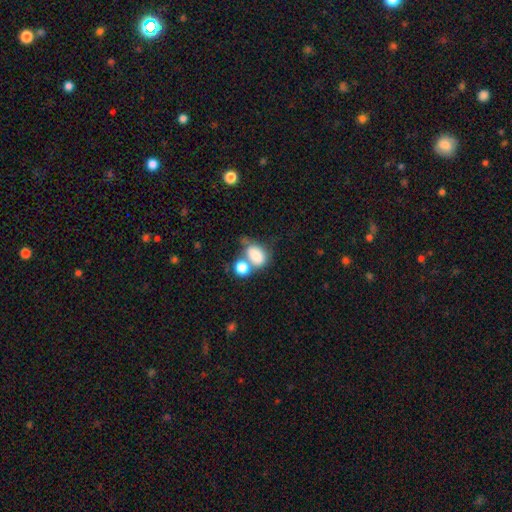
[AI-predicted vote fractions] This is likely a smooth galaxy (78%). How rounded: likely in between (74%). Merging: possibly merger (52%).